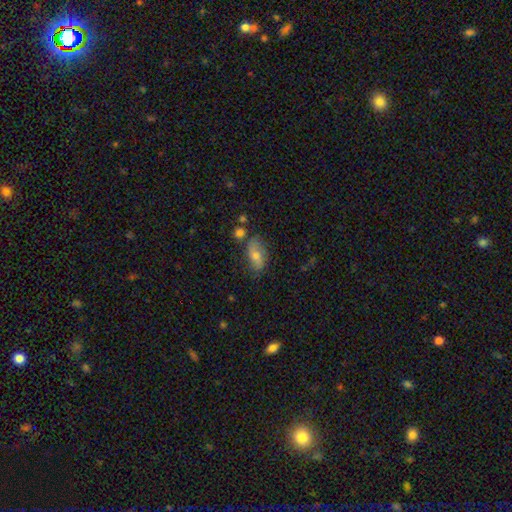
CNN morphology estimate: This is possibly a smooth galaxy (56%). How rounded: clearly in between (85%). Merging: likely none (68%).